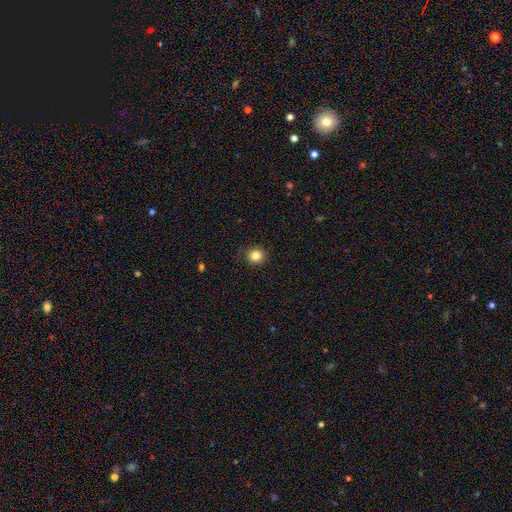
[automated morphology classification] smooth-or-featured: smooth: 83% | star or artifact: 12% | featured or disk: 6%
  how-rounded: round: 91% | in between: 8% | cigar-shaped: 1%
  merging: none: 85% | minor disturbance: 11% | major disturbance: 3% | merger: 1%